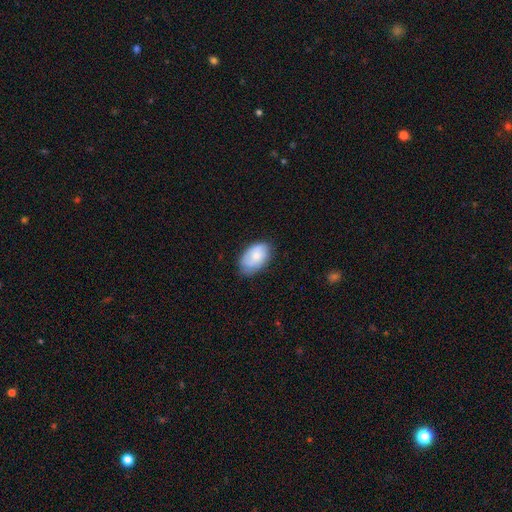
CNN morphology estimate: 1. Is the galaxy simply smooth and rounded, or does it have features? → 68% smooth, 25% featured or disk, 7% star or artifact.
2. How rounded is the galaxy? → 91% in between, 8% round, 1% cigar-shaped.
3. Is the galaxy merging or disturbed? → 72% none, 22% minor disturbance, 5% major disturbance, 1% merger.